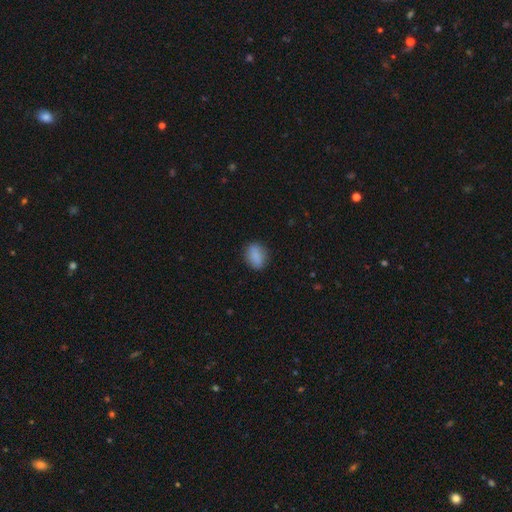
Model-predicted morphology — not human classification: Overall: smooth (84%). How rounded: in between (66%; round 32%). Merging: none (81%).